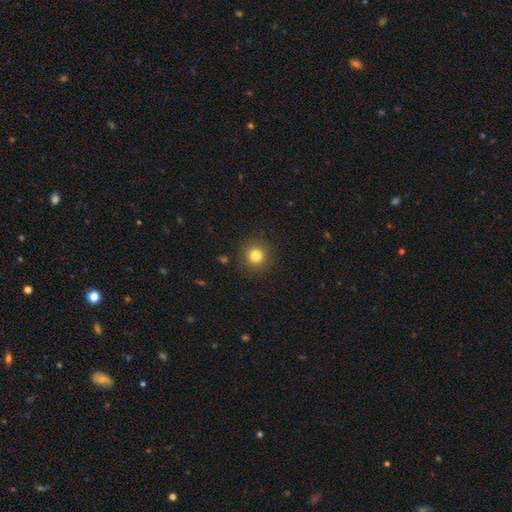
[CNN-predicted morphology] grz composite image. It shows a smooth galaxy with no disk features (81%) that is round (93%). Merging: none (90%).